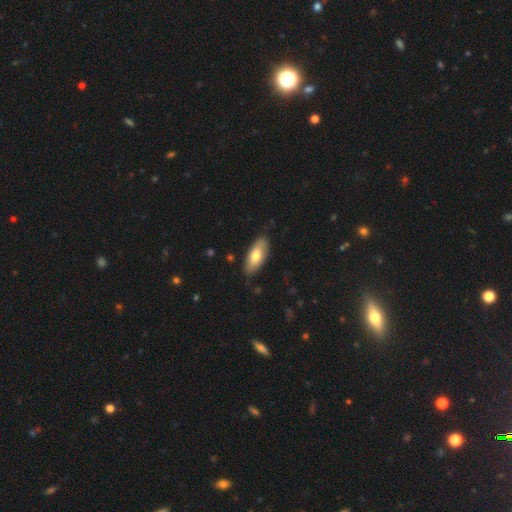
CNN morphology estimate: Smooth or featured? Predicted: smooth (p=0.70). How rounded? Predicted: in between (p=0.81). Merging? Predicted: none (p=0.82).